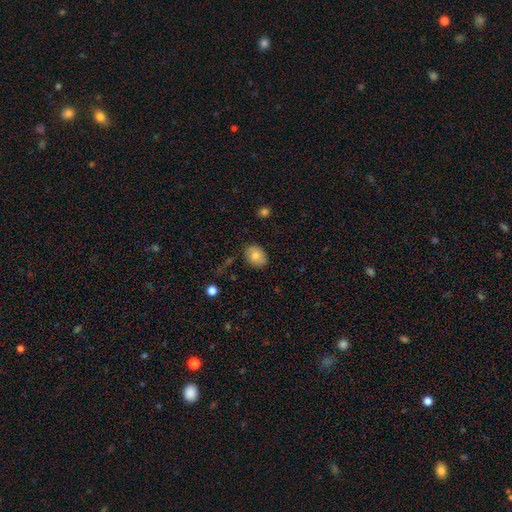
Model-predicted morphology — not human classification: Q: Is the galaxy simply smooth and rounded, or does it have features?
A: smooth — 78%.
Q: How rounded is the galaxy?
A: in between — 71%.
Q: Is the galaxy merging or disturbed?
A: none — 82%.